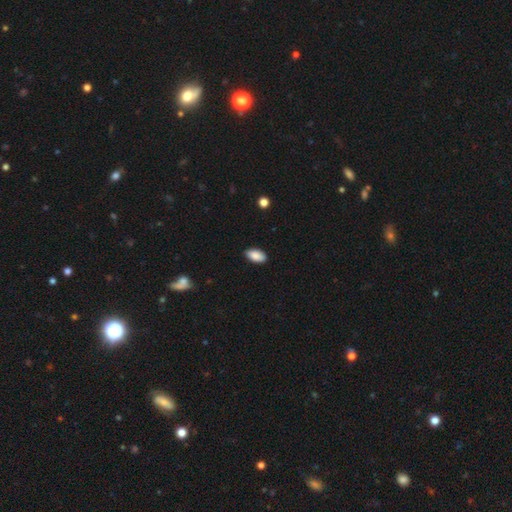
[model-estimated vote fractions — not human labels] smooth-or-featured: smooth: 88% | star or artifact: 7% | featured or disk: 6%
  how-rounded: in between: 94% | cigar-shaped: 3% | round: 3%
  merging: none: 86% | minor disturbance: 11% | major disturbance: 2% | merger: 1%